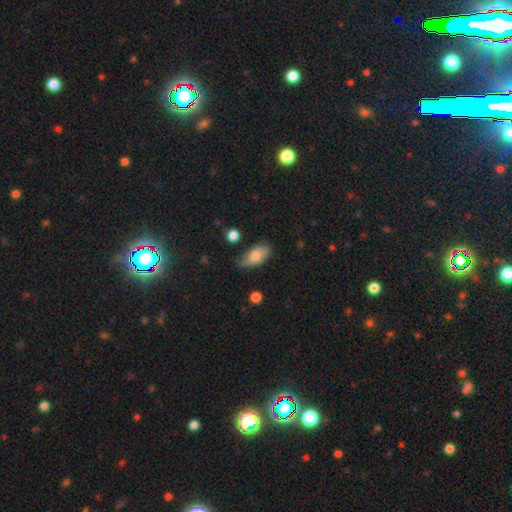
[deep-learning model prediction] The model was most divided on "merging": none: 64%, minor disturbance: 28%, major disturbance: 6%, merger: 3%. More confident: how rounded — in between (87%); smooth or featured — smooth (77%).